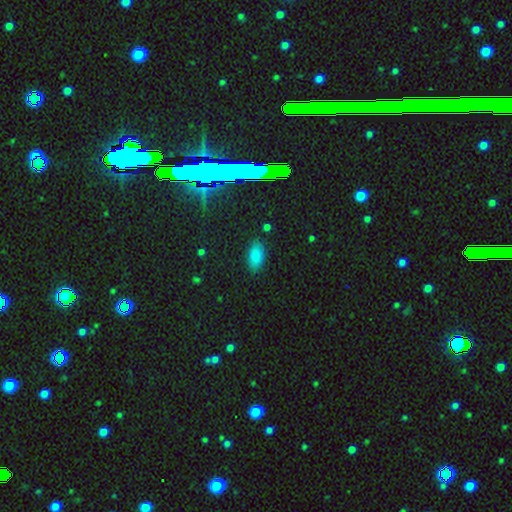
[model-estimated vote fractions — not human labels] A smooth galaxy with no disk features (80%) that is in between round and cigar-shaped (91%). Merging: none (85%).